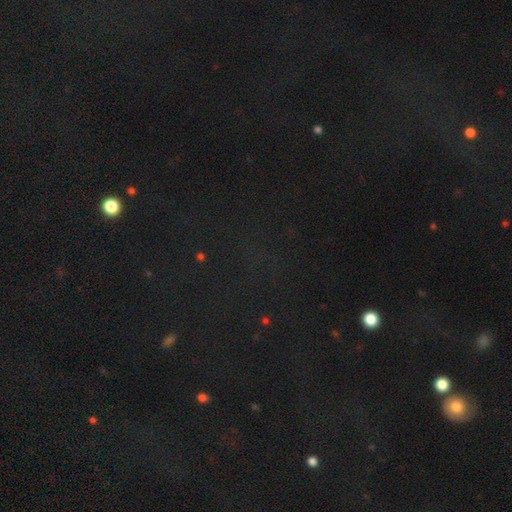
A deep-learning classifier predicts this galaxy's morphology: A star or artifact, not a galaxy (79%).

Vote fractions:
- Smooth or featured? star or artifact: 79% / smooth: 14% / featured or disk: 7%